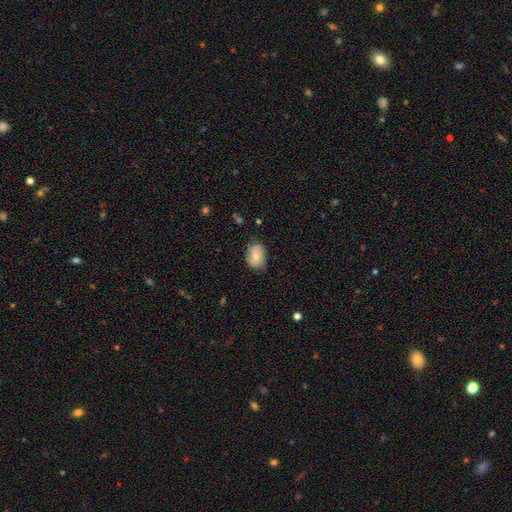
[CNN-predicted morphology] Smooth or featured? Predicted: smooth (p=0.70). How rounded? Predicted: in between (p=0.73). Merging? Predicted: none (p=0.68).